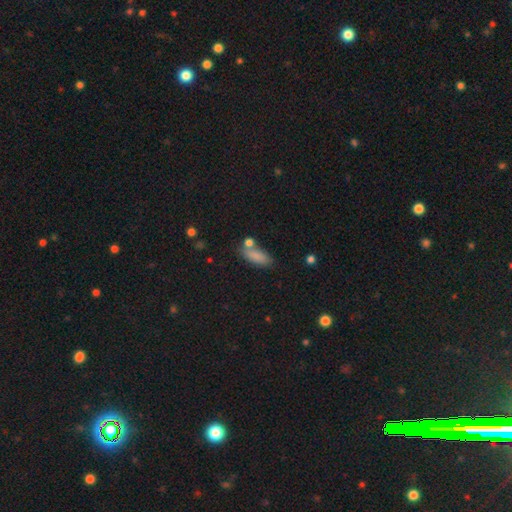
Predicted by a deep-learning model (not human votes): Q: Smooth or featured?
A: smooth (84%); runner-up: star or artifact (8%)
Q: How rounded?
A: in between (71%); runner-up: cigar-shaped (25%)
Q: Merging?
A: none (64%); runner-up: minor disturbance (16%)